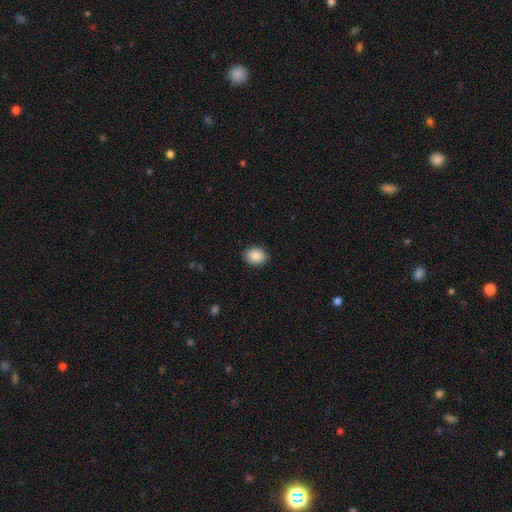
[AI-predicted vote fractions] Smooth or featured? Predicted: smooth (p=0.88). How rounded? Predicted: in between (p=0.61). Merging? Predicted: none (p=0.90).